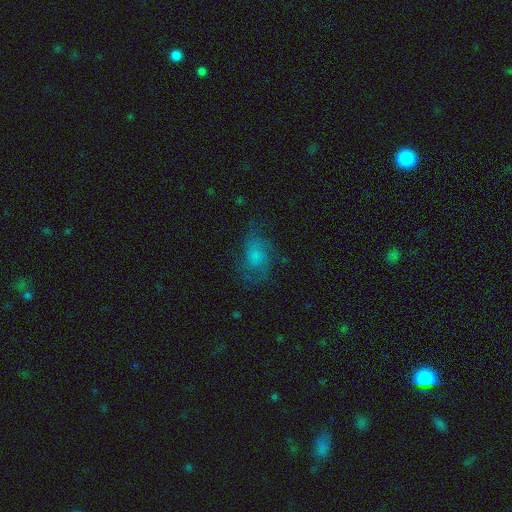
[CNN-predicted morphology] Smooth or featured? Predicted: smooth (p=0.47). Merging? Predicted: none (p=0.56).